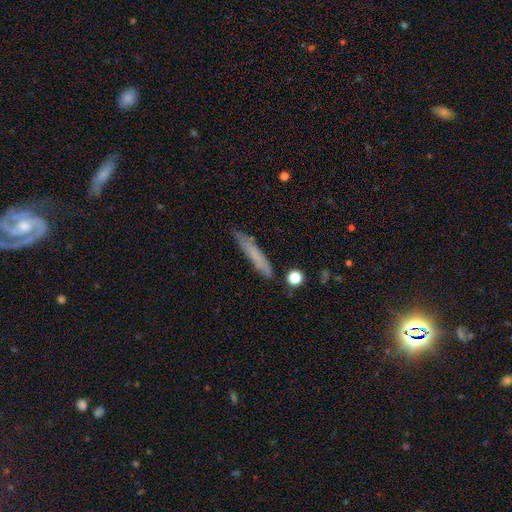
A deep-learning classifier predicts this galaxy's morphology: A smooth galaxy with no disk features (66%) that is cigar-shaped (92%). Merging: none (80%).